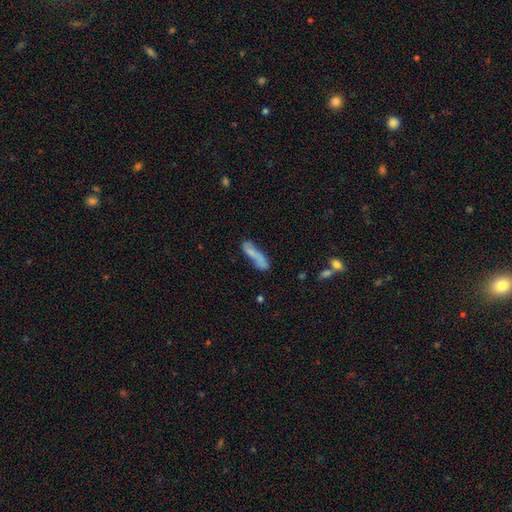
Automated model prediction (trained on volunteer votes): Smooth or featured?
  - smooth: 56% *
  - featured or disk: 36%
  - star or artifact: 8%
How rounded?
  - cigar-shaped: 77% *
  - in between: 21%
  - round: 2%
Merging?
  - none: 62% *
  - minor disturbance: 24%
  - major disturbance: 8%
  - merger: 7%